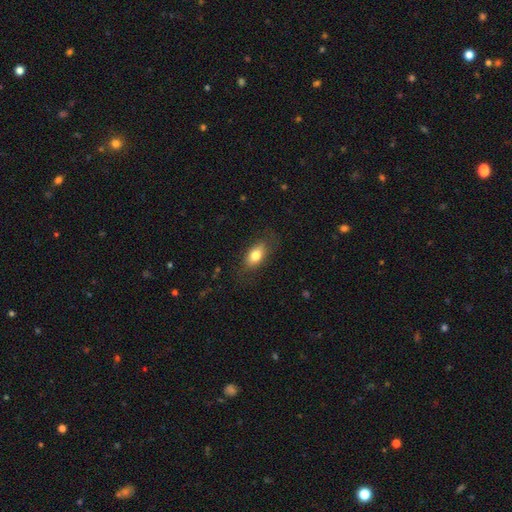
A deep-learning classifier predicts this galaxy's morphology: A smooth galaxy with no disk features (78%) that is in between round and cigar-shaped (87%). Merging: none (78%).